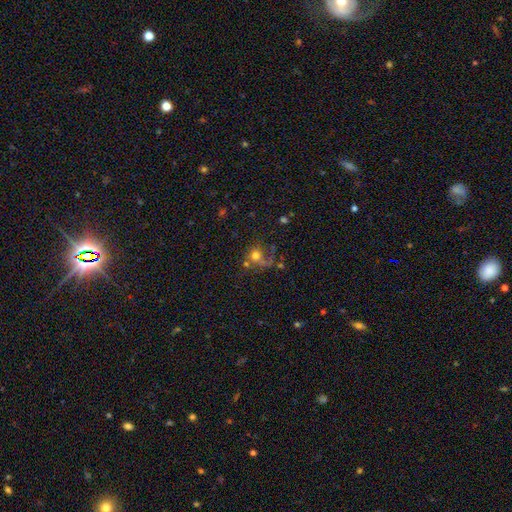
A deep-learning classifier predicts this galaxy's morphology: smooth 62%, featured or disk 20%, star or artifact 18%. Down the decision tree: how rounded — round (85%); merging — none (46%).